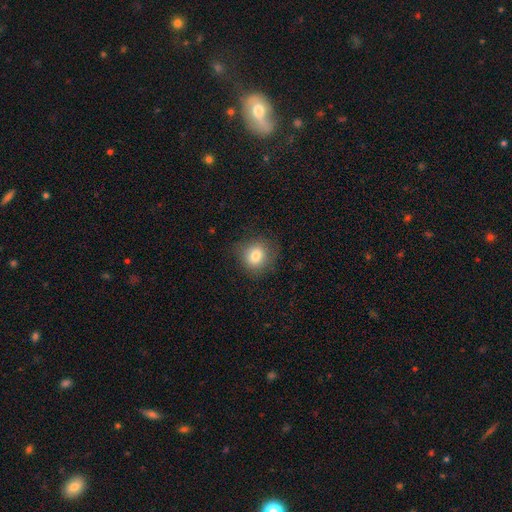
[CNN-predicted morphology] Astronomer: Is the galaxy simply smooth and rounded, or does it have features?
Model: smooth — 80%.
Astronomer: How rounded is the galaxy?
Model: round — 82%.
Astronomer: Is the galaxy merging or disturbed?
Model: none — 79%.